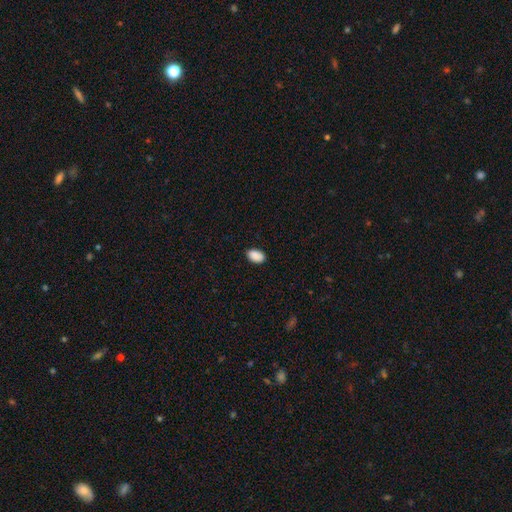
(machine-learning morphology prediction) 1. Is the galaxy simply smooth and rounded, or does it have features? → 90% smooth, 7% star or artifact, 3% featured or disk.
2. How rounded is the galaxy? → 92% in between, 7% round, 1% cigar-shaped.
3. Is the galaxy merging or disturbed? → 86% none, 11% minor disturbance, 2% major disturbance, 1% merger.